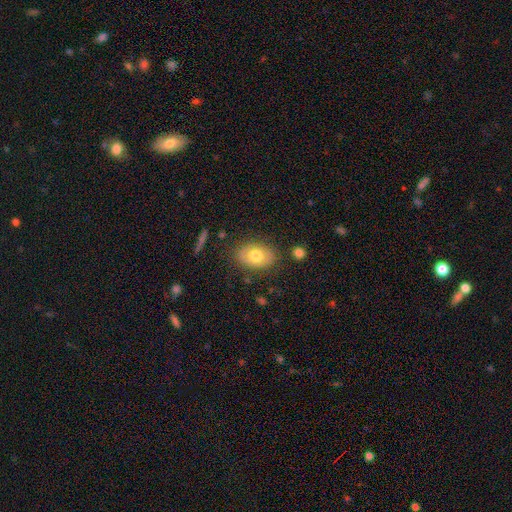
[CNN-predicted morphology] A smooth galaxy with no disk features (69%) that is in between round and cigar-shaped (82%).

Vote fractions:
- Smooth or featured? smooth: 69% / featured or disk: 23% / star or artifact: 7%
- How rounded? in between: 82% / round: 17% / cigar-shaped: 1%
- Merging? none: 81% / minor disturbance: 14% / major disturbance: 4% / merger: 2%